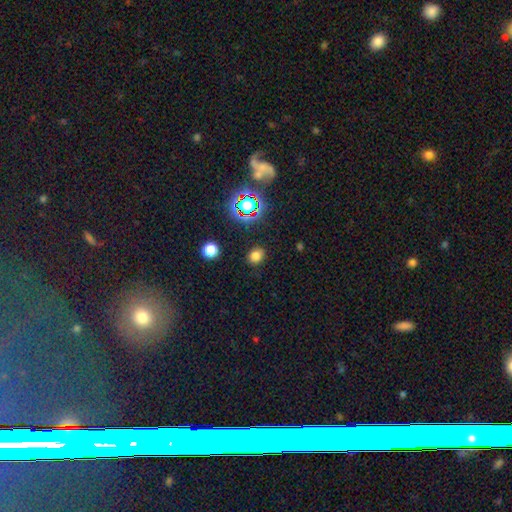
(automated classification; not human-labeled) Smooth or featured? Predicted: smooth (p=0.74). How rounded? Predicted: round (p=0.53). Merging? Predicted: none (p=0.87).